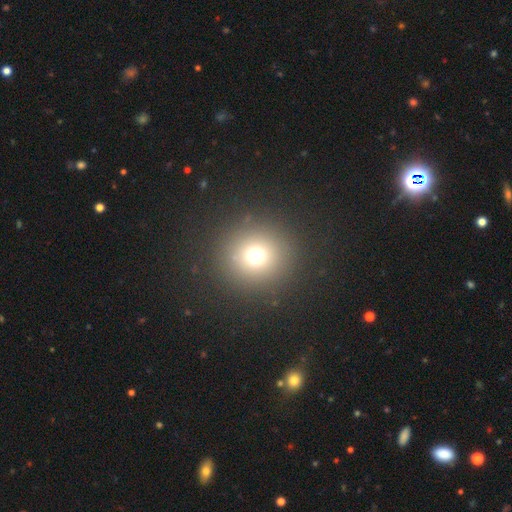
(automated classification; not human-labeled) smooth 70%, star or artifact 21%, featured or disk 9%. Down the decision tree: how rounded — round (93%); merging — none (88%).